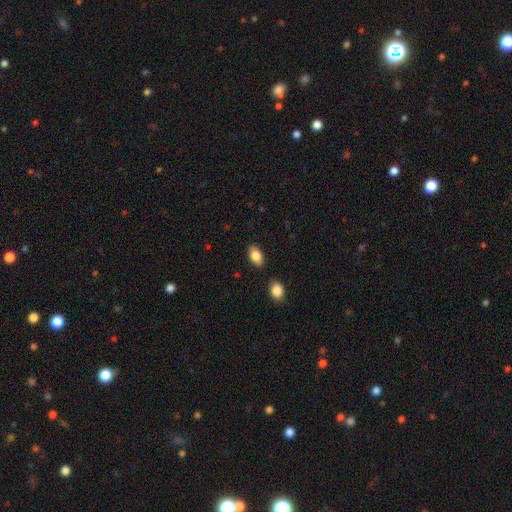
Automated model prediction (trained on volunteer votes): Q: Smooth or featured?
A: smooth (84%); runner-up: featured or disk (9%)
Q: How rounded?
A: in between (91%); runner-up: round (6%)
Q: Merging?
A: none (83%); runner-up: minor disturbance (11%)